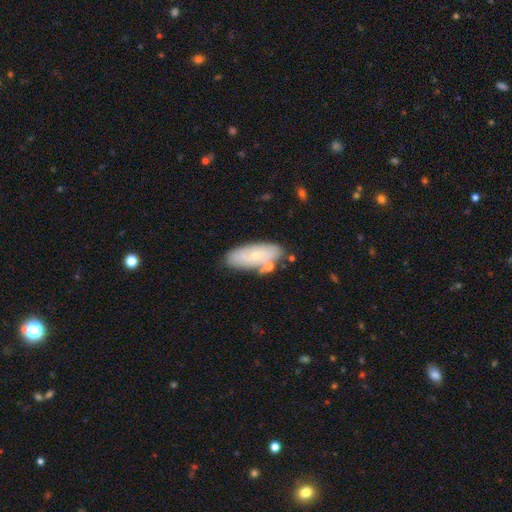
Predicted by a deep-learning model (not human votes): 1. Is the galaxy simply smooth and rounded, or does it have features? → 53% smooth, 40% featured or disk, 7% star or artifact.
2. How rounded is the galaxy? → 77% in between, 20% cigar-shaped, 3% round.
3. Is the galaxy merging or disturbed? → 71% none, 16% minor disturbance, 9% merger, 4% major disturbance.